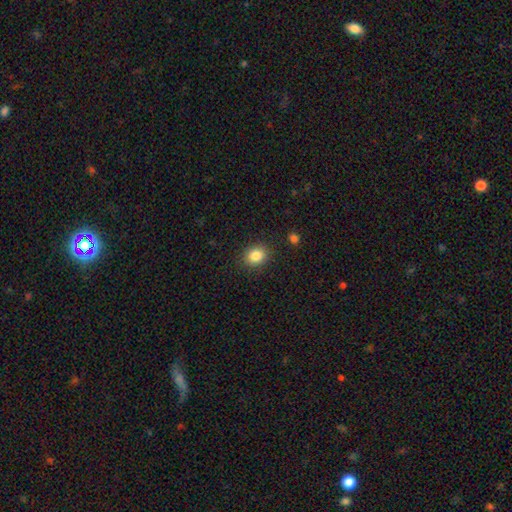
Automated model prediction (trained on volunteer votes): smooth_or_featured: smooth (p=0.84) [alt: star or artifact p=0.10]
how_rounded: round (p=0.59) [alt: in between p=0.40]
merging: none (p=0.88) [alt: minor disturbance p=0.08]